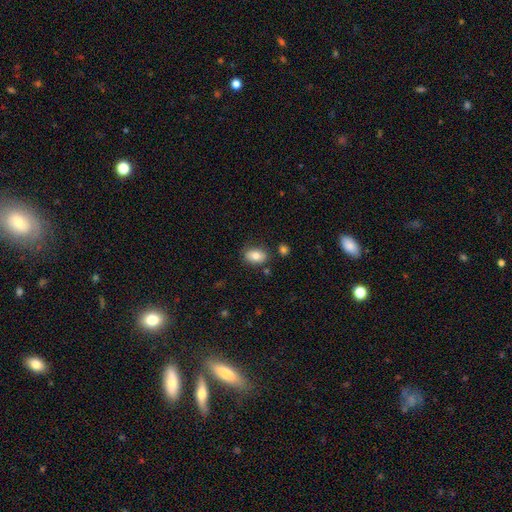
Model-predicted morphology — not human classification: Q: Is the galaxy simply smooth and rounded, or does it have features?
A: smooth — 80%.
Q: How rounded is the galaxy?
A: in between — 85%.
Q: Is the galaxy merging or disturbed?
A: none — 80%.